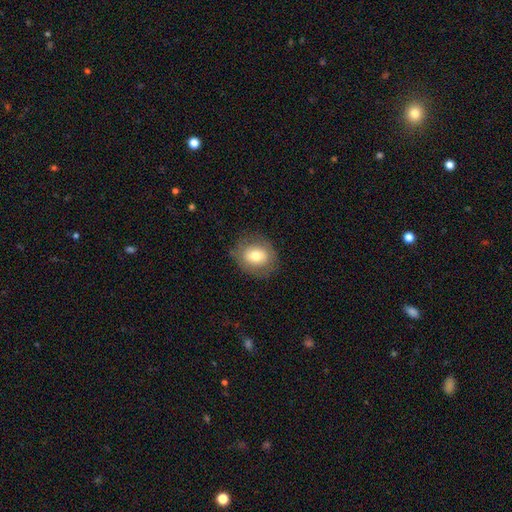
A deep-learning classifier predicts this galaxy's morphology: Smooth or featured? Predicted: smooth (p=0.72). How rounded? Predicted: round (p=0.61). Merging? Predicted: none (p=0.80).